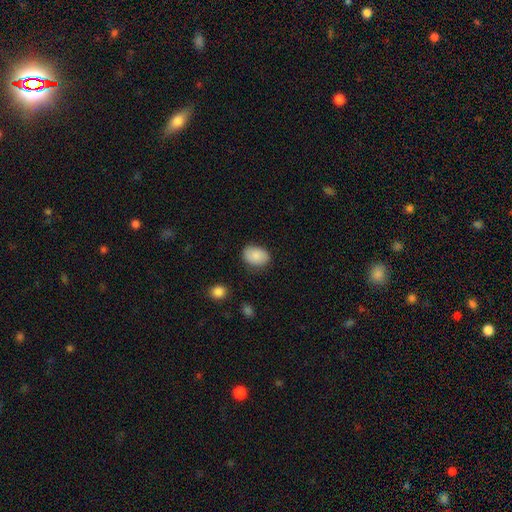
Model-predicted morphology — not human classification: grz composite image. It shows a smooth galaxy with no disk features (85%) that is in between round and cigar-shaped (74%). Merging: none (80%).